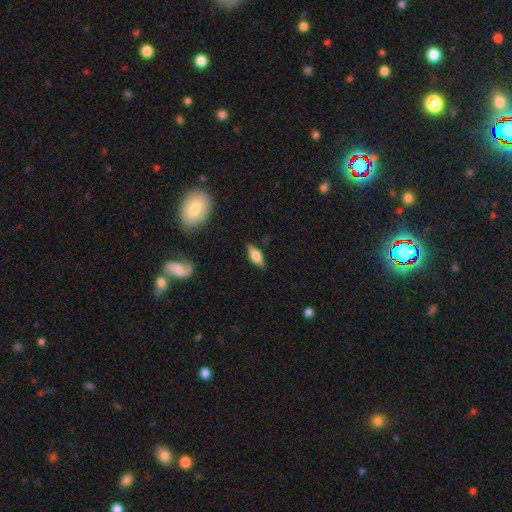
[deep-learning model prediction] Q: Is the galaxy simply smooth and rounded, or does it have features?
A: smooth — 59%.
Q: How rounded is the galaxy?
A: in between — 73%.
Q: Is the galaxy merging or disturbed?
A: none — 83%.